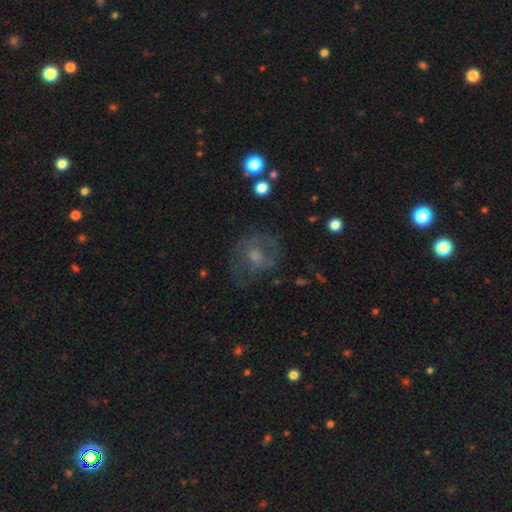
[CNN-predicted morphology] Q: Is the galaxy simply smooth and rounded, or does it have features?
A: smooth — 43%, tied with featured or disk.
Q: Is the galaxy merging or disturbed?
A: none — 57%.